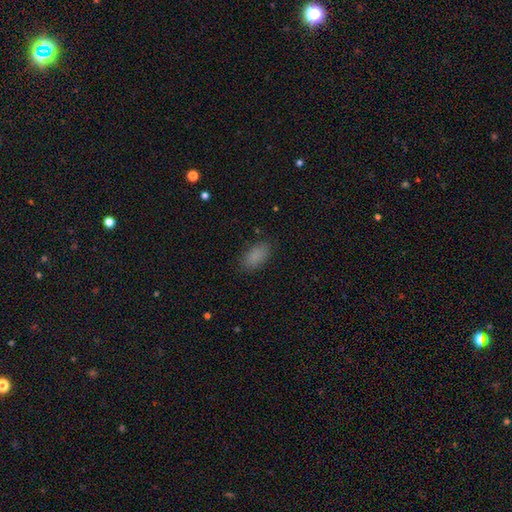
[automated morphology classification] type=smooth (86%); roundness=in between (92%); merging=none (84%).